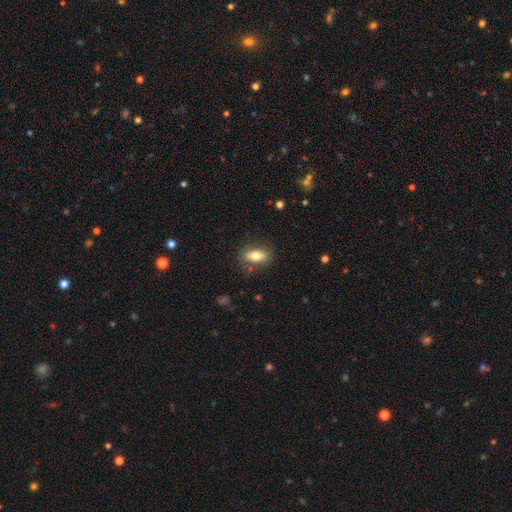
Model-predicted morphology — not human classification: Smooth or featured?
  - smooth: 74% *
  - featured or disk: 19%
  - star or artifact: 7%
How rounded?
  - in between: 83% *
  - cigar-shaped: 12%
  - round: 6%
Merging?
  - none: 81% *
  - minor disturbance: 13%
  - major disturbance: 4%
  - merger: 2%